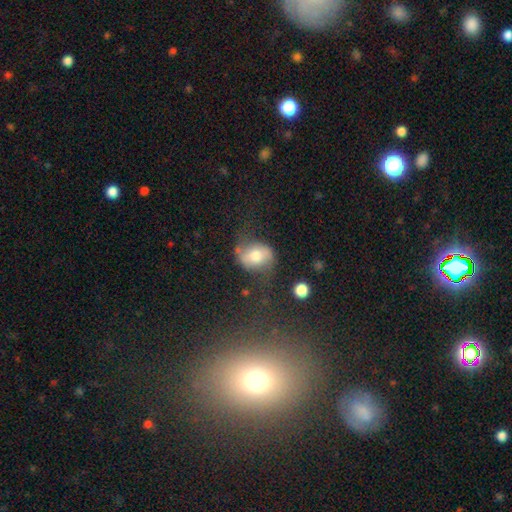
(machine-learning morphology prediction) This is possibly a smooth galaxy (50%). How rounded: possibly in between (55%). Merging: possibly none (55%).